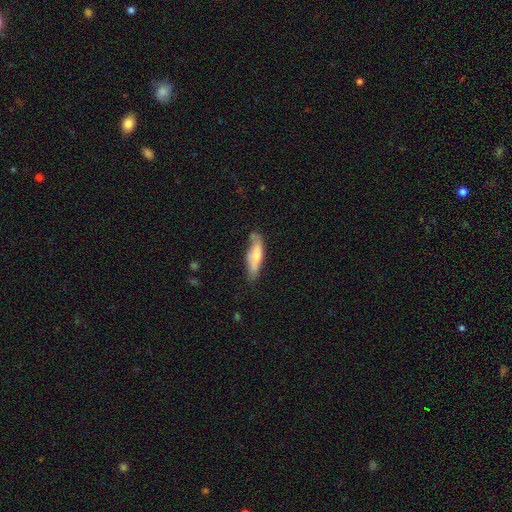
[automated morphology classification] The model was most divided on "how rounded": cigar-shaped: 61%, in between: 37%, round: 2%. More confident: smooth or featured — smooth (64%); merging — none (57%).